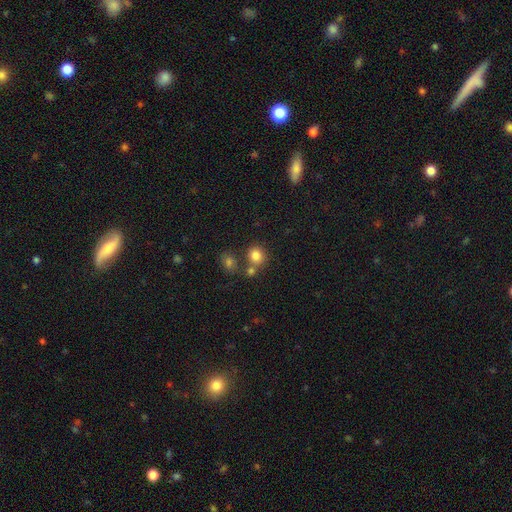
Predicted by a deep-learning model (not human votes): A smooth galaxy with no disk features (81%) that is round (80%).

Vote fractions:
- Smooth or featured? smooth: 81% / star or artifact: 12% / featured or disk: 6%
- How rounded? round: 80% / in between: 19% / cigar-shaped: 1%
- Merging? none: 63% / merger: 23% / minor disturbance: 10% / major disturbance: 4%